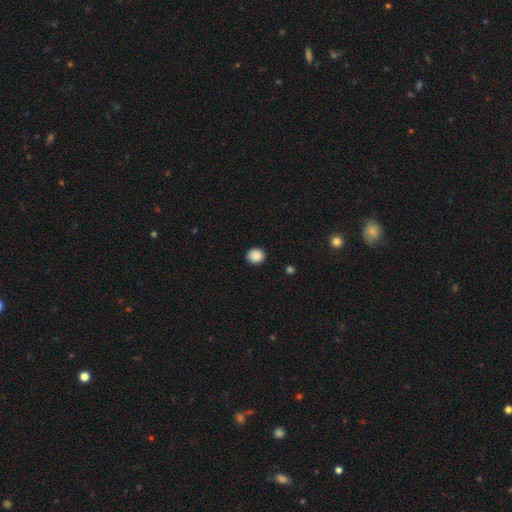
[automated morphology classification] Q: Smooth or featured?
A: smooth (89%); runner-up: star or artifact (9%)
Q: How rounded?
A: round (82%); runner-up: in between (17%)
Q: Merging?
A: none (91%); runner-up: minor disturbance (6%)